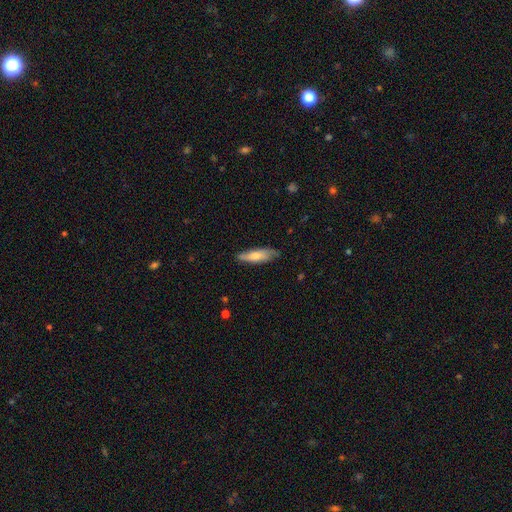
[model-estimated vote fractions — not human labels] Morphology: type=smooth (69%); roundness=cigar-shaped (64%); merging=none (75%).